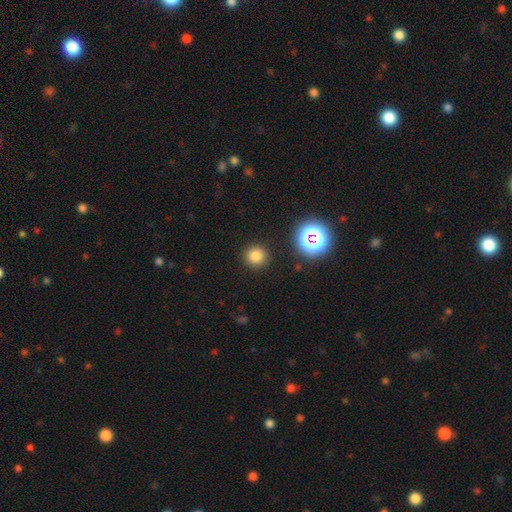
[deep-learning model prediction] Smooth or featured? Predicted: smooth (p=0.77). How rounded? Predicted: round (p=0.93). Merging? Predicted: none (p=0.90).